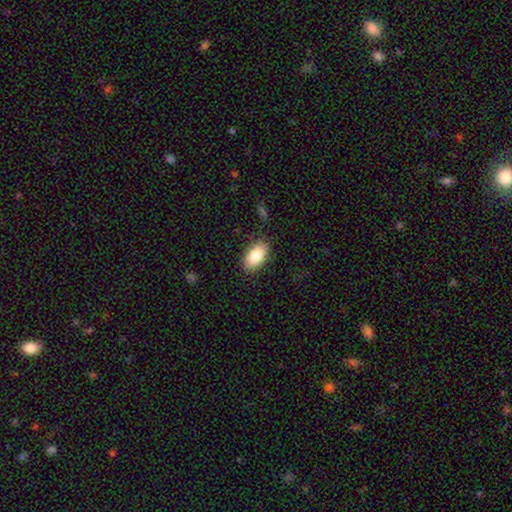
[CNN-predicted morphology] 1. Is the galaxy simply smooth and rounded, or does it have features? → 85% smooth, 8% featured or disk, 7% star or artifact.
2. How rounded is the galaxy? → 94% in between, 4% round, 2% cigar-shaped.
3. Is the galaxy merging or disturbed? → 85% none, 11% minor disturbance, 3% major disturbance, 1% merger.